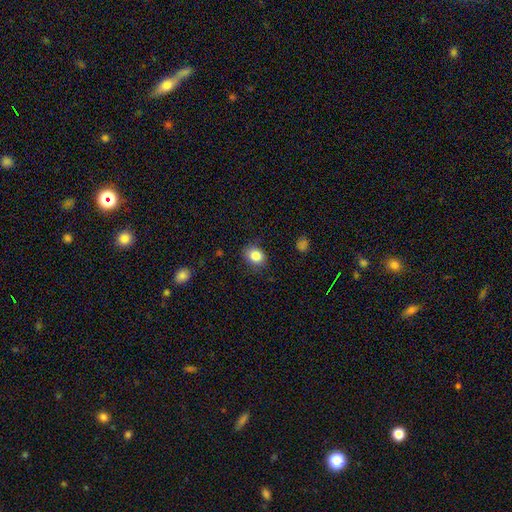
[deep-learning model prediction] smooth-or-featured: smooth: 85% | star or artifact: 9% | featured or disk: 5%
  how-rounded: round: 50% | in between: 49% | cigar-shaped: 1%
  merging: none: 84% | minor disturbance: 12% | major disturbance: 3% | merger: 1%